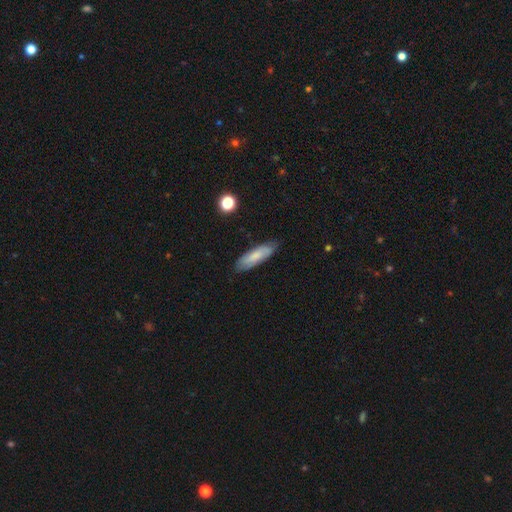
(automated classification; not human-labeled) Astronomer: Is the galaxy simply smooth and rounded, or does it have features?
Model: smooth — 70%.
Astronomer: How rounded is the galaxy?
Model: cigar-shaped — 54% (runner-up: in between, 44%).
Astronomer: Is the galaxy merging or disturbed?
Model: none — 80%.